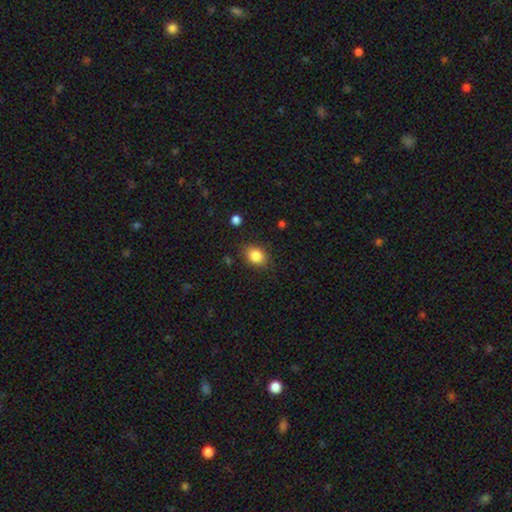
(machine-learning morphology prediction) type=smooth (85%); roundness=in between (61%); merging=none (83%).